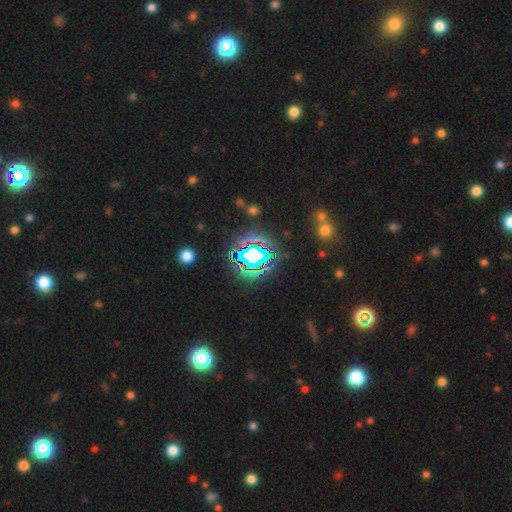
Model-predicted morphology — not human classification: Q: Smooth or featured?
A: star or artifact (69%); runner-up: smooth (16%)